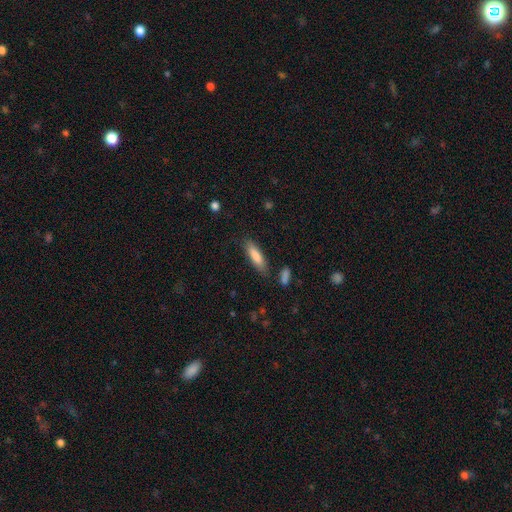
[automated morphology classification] Q: Smooth or featured?
A: smooth (81%); runner-up: featured or disk (12%)
Q: How rounded?
A: cigar-shaped (64%); runner-up: in between (34%)
Q: Merging?
A: none (81%); runner-up: minor disturbance (13%)